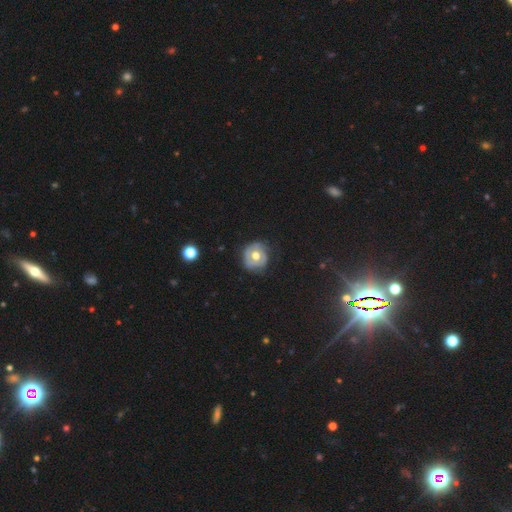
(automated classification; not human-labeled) Q: Smooth or featured?
A: featured or disk (52%); runner-up: smooth (39%)
Q: Edge-on disk?
A: no (96%); runner-up: yes (4%)
Q: Bar?
A: no (79%); runner-up: weak (17%)
Q: Spiral arms?
A: yes (50%); tied with: no (50%)
Q: Bulge size?
A: moderate (74%); runner-up: large (19%)
Q: Merging?
A: none (71%); runner-up: minor disturbance (20%)